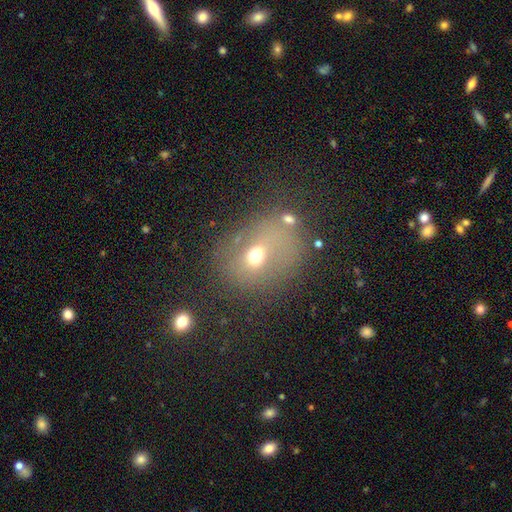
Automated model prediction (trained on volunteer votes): Smooth or featured: smooth — 60% (featured or disk — 20%)
How rounded: in between — 51% (round — 47%)
Merging: none — 54% (minor disturbance — 18%)